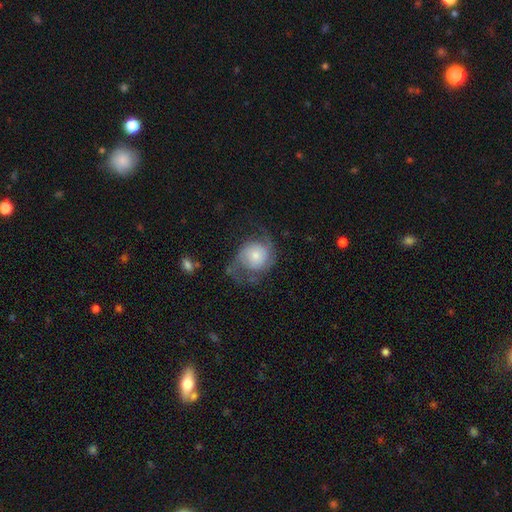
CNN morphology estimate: A featured or disk galaxy (63%) with no bar (75%), 2 (86%) loose (43%) spiral arms (90%) and a small central bulge (42%). Merging: none (53%).